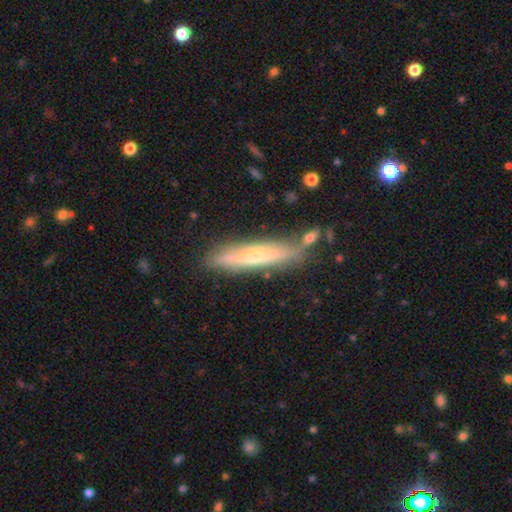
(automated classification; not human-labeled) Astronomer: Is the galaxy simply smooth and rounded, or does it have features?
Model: featured or disk — 53% (runner-up: smooth, 39%).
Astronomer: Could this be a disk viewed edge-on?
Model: yes — 83%.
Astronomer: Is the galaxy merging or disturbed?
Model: none — 76%.